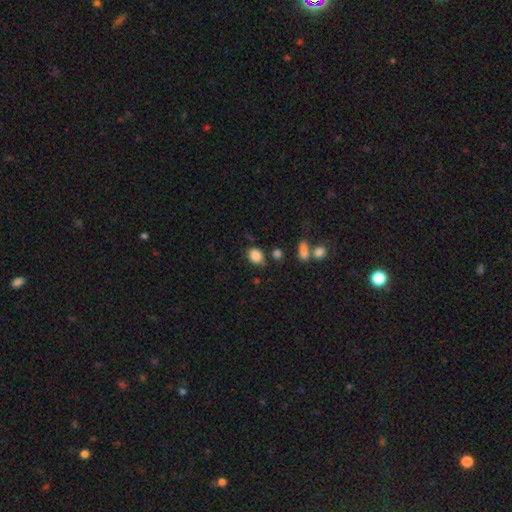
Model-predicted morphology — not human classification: smooth_or_featured: smooth (p=0.86) [alt: star or artifact p=0.09]
how_rounded: in between (p=0.57) [alt: round p=0.42]
merging: none (p=0.75) [alt: minor disturbance p=0.14]